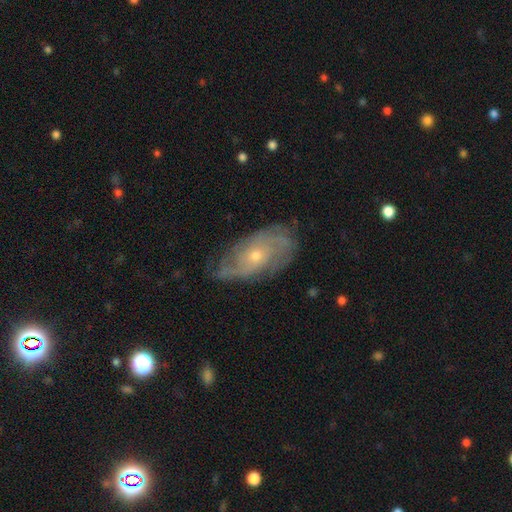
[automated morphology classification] A featured or disk galaxy (79%) with no bar (77%), tight (49%) spiral arms (91%) and a small central bulge (59%).

Vote fractions:
- Smooth or featured? featured or disk: 79% / smooth: 15% / star or artifact: 6%
- Edge-on disk? no: 94% / yes: 6%
- Bar? no: 77% / weak: 20% / strong: 3%
- Spiral arms? yes: 91% / no: 9%
- Spiral winding? tight: 49% / medium: 36% / loose: 15%
- Spiral arm count? can't tell: 37% / 2: 33% / 3: 14% / 4: 7% / 1: 5% / more than 4: 4%
- Bulge size? small: 59% / moderate: 38% / large: 1% / none: 1% / dominant: 1%
- Merging? none: 70% / minor disturbance: 22% / major disturbance: 7% / merger: 1%